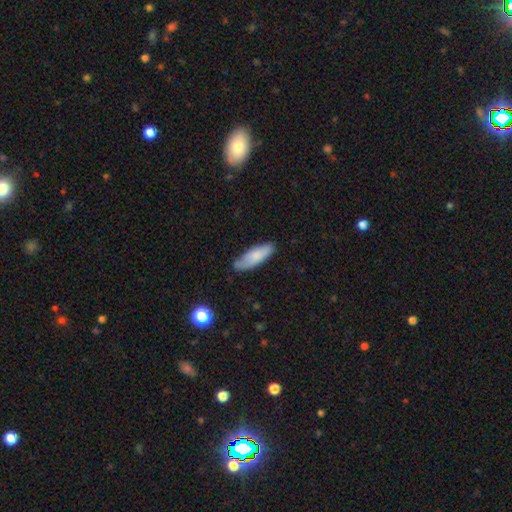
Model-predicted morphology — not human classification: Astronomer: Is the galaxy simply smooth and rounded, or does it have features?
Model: smooth — 77%.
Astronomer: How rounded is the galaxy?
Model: in between — 61% (runner-up: cigar-shaped, 38%).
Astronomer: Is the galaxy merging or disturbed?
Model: none — 72%.